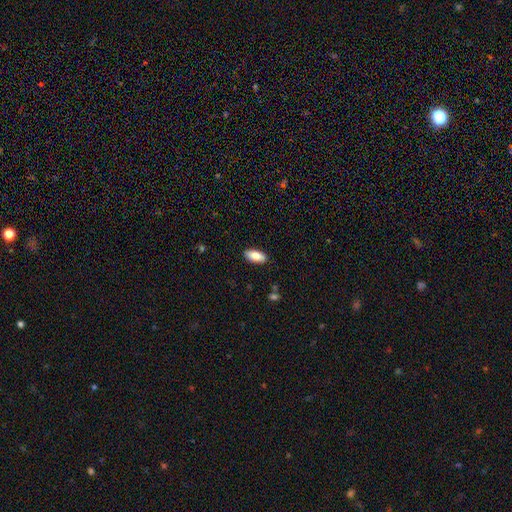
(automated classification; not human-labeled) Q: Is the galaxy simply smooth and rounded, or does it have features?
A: smooth — 85%.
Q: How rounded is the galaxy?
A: in between — 88%.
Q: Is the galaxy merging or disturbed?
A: none — 88%.